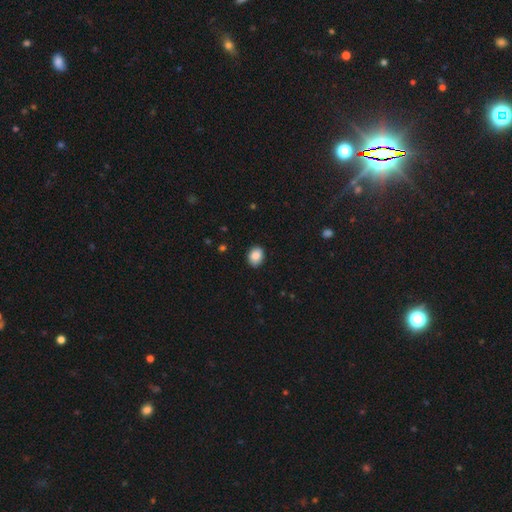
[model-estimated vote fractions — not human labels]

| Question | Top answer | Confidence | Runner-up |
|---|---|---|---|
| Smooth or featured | smooth | 88% | star or artifact (8%) |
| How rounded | in between | 60% | round (39%) |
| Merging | none | 88% | minor disturbance (9%) |